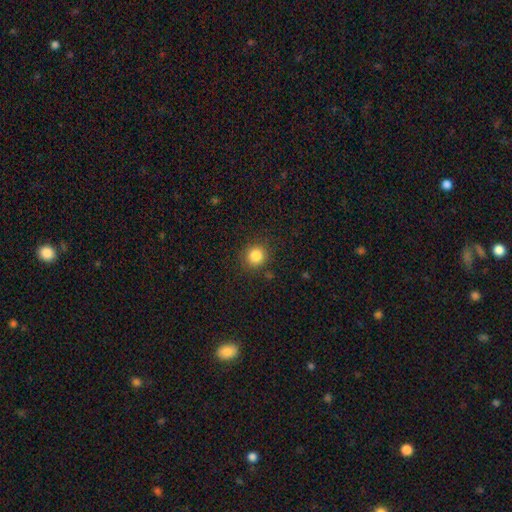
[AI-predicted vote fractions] Smooth or featured: smooth — 84% (star or artifact — 11%)
How rounded: round — 90% (in between — 9%)
Merging: none — 88% (minor disturbance — 8%)